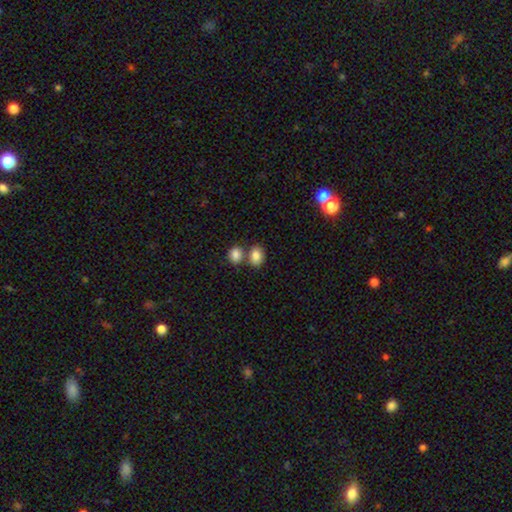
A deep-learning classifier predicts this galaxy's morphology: A smooth galaxy with no disk features (85%) that is in between round and cigar-shaped (65%).

Vote fractions:
- Smooth or featured? smooth: 85% / star or artifact: 9% / featured or disk: 6%
- How rounded? in between: 65% / round: 34% / cigar-shaped: 1%
- Merging? none: 54% / merger: 33% / minor disturbance: 10% / major disturbance: 3%